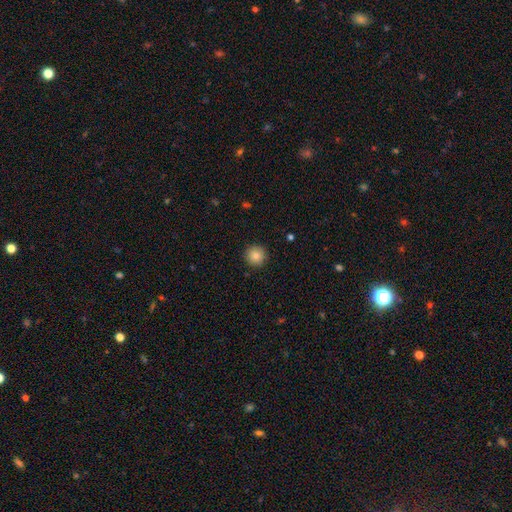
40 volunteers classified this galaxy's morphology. Smooth or featured? 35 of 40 (88%) said smooth. How rounded? 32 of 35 (91%) said round. Merging? 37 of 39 (95%) said none.